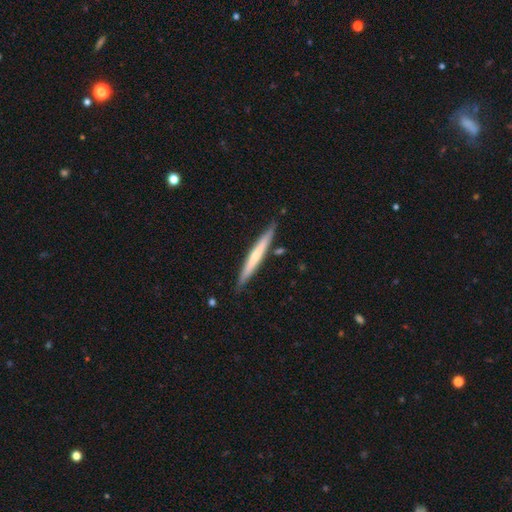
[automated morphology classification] smooth-or-featured: smooth: 48% | featured or disk: 46% | star or artifact: 5%
  merging: none: 86% | minor disturbance: 10% | merger: 3% | major disturbance: 2%